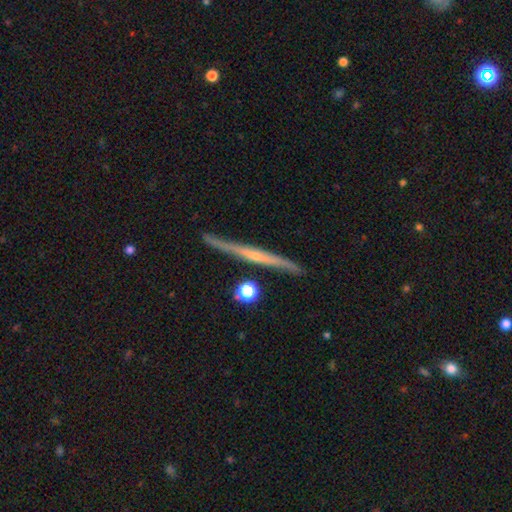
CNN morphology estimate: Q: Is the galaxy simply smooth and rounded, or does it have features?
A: featured or disk — 77%.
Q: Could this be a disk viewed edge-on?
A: yes — 97%.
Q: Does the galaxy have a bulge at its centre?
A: rounded — 55%.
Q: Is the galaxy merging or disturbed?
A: none — 87%.